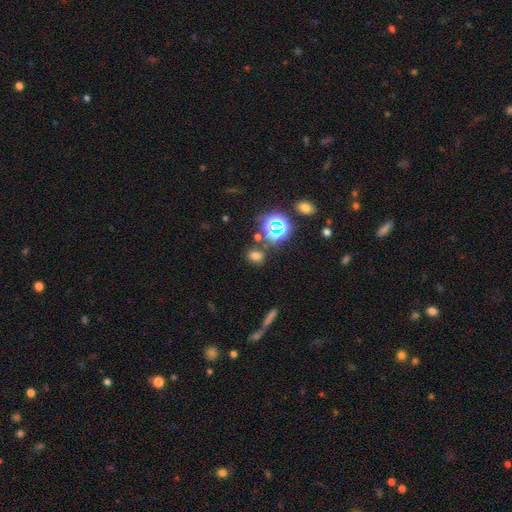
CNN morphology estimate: Overall: smooth (65%; star or artifact 28%). How rounded: in between (53%; round 45%). Merging: none (76%).